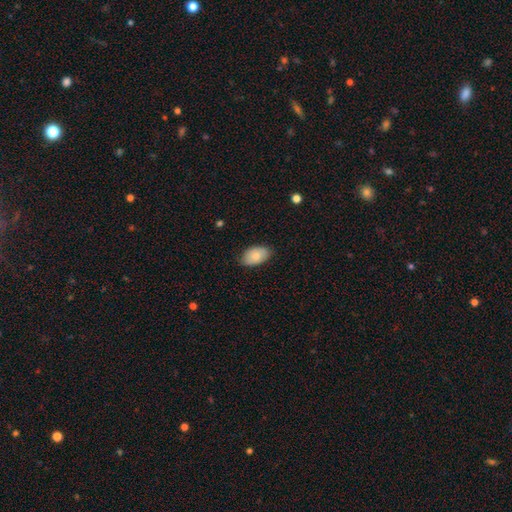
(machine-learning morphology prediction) Smooth or featured?
  - smooth: 78% *
  - featured or disk: 15%
  - star or artifact: 6%
How rounded?
  - in between: 92% *
  - round: 7%
  - cigar-shaped: 1%
Merging?
  - none: 80% *
  - minor disturbance: 17%
  - major disturbance: 3%
  - merger: 1%